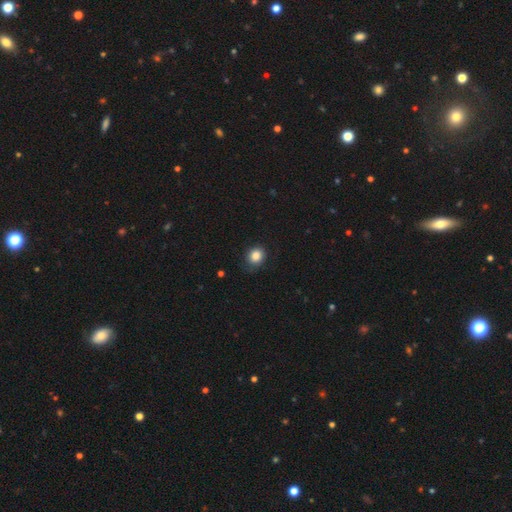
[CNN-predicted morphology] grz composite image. It shows a smooth galaxy with no disk features (85%) that is round (71%). Merging: none (78%).